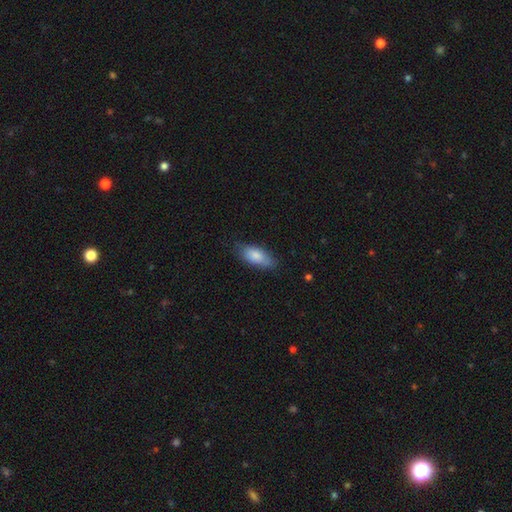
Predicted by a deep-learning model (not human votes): This is clearly a smooth galaxy (83%). How rounded: clearly in between (82%). Merging: likely none (77%).